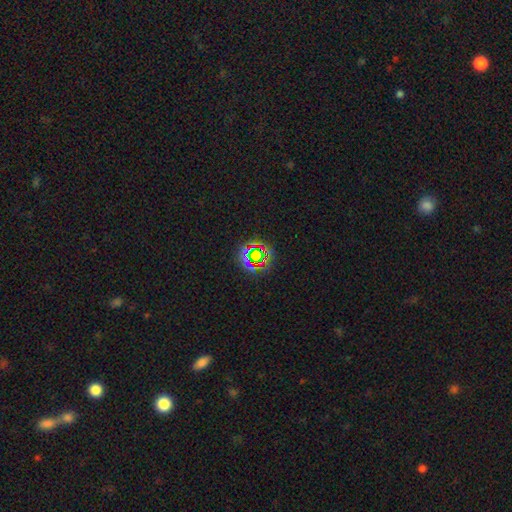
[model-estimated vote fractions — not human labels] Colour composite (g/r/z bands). It shows a star or artifact, not a galaxy (66%).